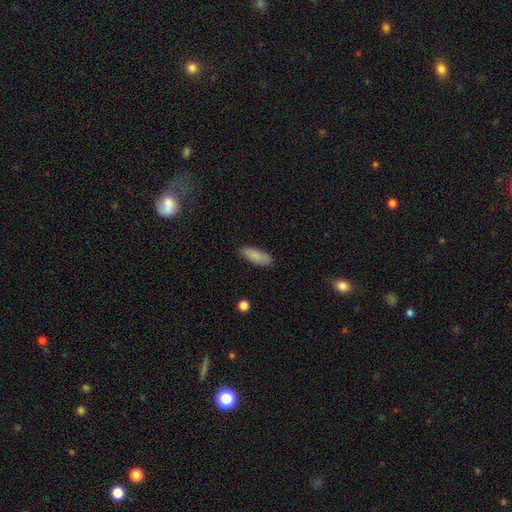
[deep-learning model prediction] Smooth or featured: smooth — 88% (star or artifact — 6%)
How rounded: in between — 71% (cigar-shaped — 27%)
Merging: none — 84% (minor disturbance — 12%)